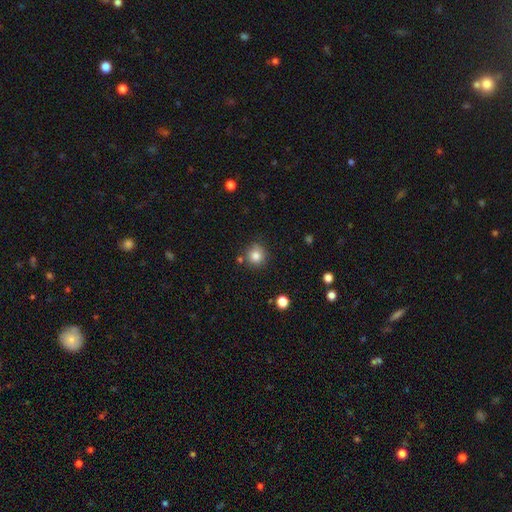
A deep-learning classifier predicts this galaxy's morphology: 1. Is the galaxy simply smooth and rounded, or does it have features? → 83% smooth, 11% star or artifact, 6% featured or disk.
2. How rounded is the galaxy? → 91% round, 8% in between, 1% cigar-shaped.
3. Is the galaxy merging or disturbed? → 80% none, 11% minor disturbance, 6% merger, 3% major disturbance.